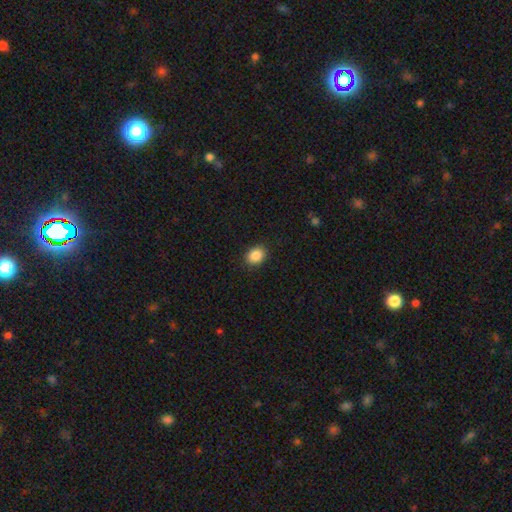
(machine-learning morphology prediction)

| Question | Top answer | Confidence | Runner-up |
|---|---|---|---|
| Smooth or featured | smooth | 87% | star or artifact (9%) |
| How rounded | in between | 50% | round (49%) |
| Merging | none | 89% | minor disturbance (8%) |